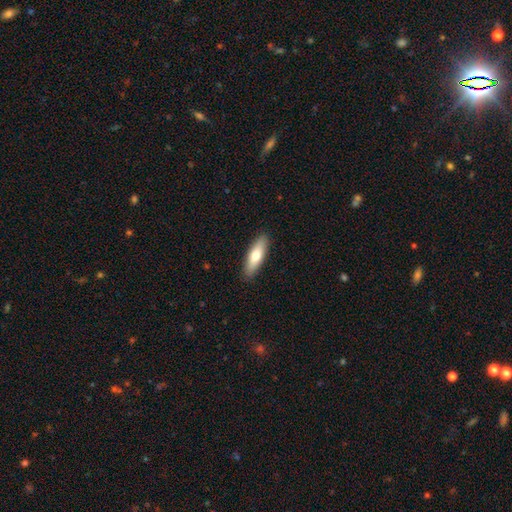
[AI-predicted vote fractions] smooth_or_featured: smooth (p=0.70) [alt: featured or disk p=0.24]
how_rounded: in between (p=0.50) [alt: cigar-shaped p=0.48]
merging: none (p=0.90) [alt: minor disturbance p=0.08]